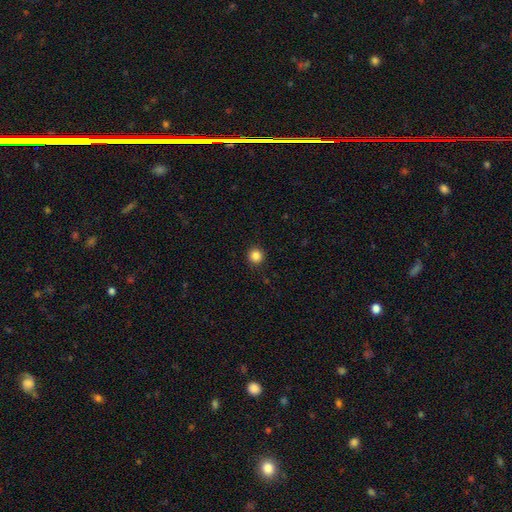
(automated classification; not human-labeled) smooth_or_featured: smooth (p=0.86) [alt: star or artifact p=0.11]
how_rounded: round (p=0.95) [alt: in between p=0.04]
merging: none (p=0.92) [alt: minor disturbance p=0.05]